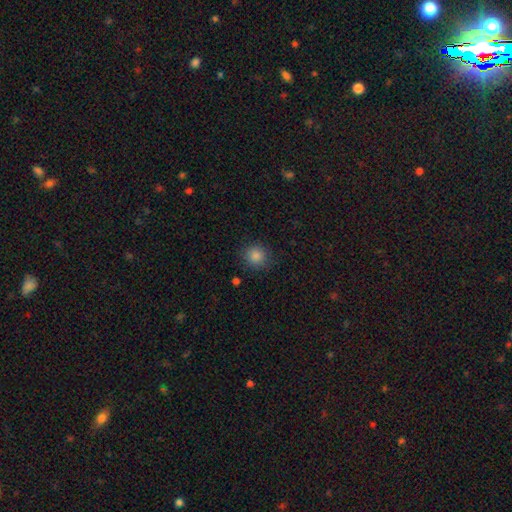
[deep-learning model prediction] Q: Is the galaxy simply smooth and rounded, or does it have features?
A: smooth — 83%.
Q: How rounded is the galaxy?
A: round — 91%.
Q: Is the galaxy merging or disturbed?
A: none — 88%.